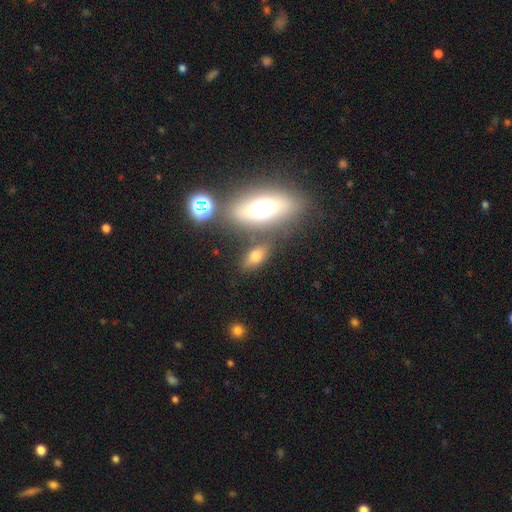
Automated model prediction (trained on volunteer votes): A smooth galaxy with no disk features (65%) that is in between round and cigar-shaped (79%).

Vote fractions:
- Smooth or featured? smooth: 65% / featured or disk: 18% / star or artifact: 17%
- How rounded? in between: 79% / round: 12% / cigar-shaped: 9%
- Merging? none: 72% / minor disturbance: 12% / merger: 11% / major disturbance: 5%